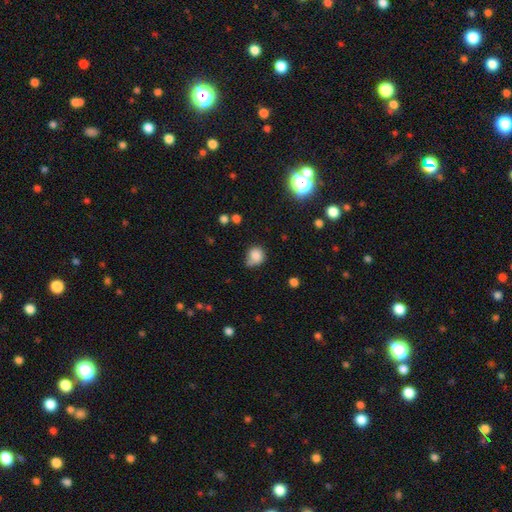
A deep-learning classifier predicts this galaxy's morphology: smooth-or-featured: smooth: 82% | star or artifact: 11% | featured or disk: 7%
  how-rounded: round: 76% | in between: 23% | cigar-shaped: 1%
  merging: none: 50% | minor disturbance: 30% | merger: 10% | major disturbance: 10%